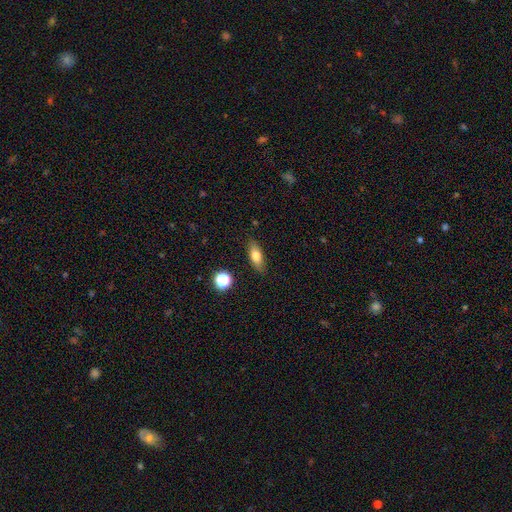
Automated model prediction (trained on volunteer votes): Q: Smooth or featured?
A: smooth (74%); runner-up: featured or disk (17%)
Q: How rounded?
A: in between (70%); runner-up: cigar-shaped (23%)
Q: Merging?
A: none (84%); runner-up: minor disturbance (11%)